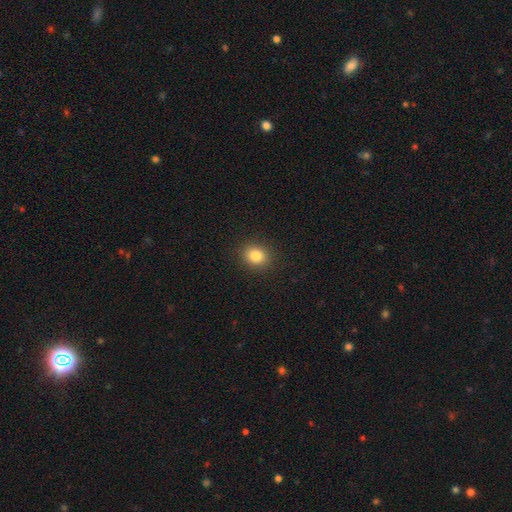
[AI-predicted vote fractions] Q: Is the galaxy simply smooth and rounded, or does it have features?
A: smooth — 83%.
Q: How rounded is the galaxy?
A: round — 63%.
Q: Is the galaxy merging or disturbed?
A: none — 90%.